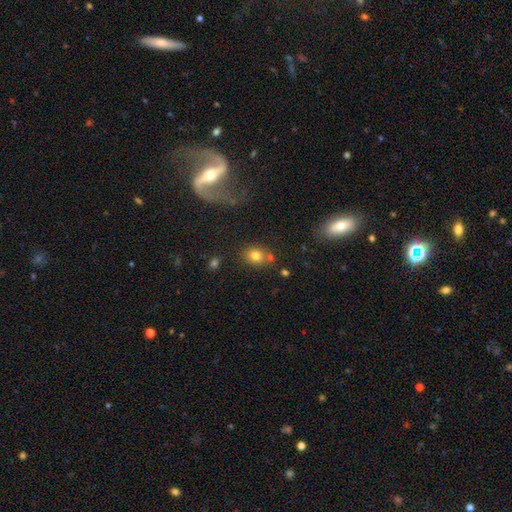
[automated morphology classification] Overall: smooth (78%). How rounded: round (55%; in between 44%). Merging: none (67%).